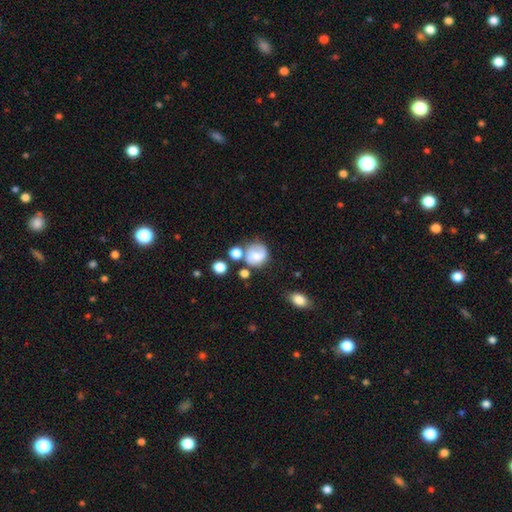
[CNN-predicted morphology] smooth-or-featured: smooth: 59% | featured or disk: 31% | star or artifact: 10%
  how-rounded: round: 80% | in between: 19% | cigar-shaped: 1%
  merging: none: 55% | minor disturbance: 21% | merger: 16% | major disturbance: 9%